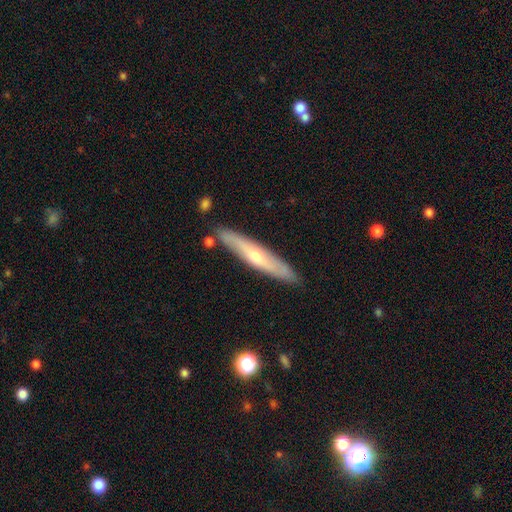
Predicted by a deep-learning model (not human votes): Q: Smooth or featured?
A: featured or disk (52%); runner-up: smooth (43%)
Q: Edge-on disk?
A: yes (78%); runner-up: no (22%)
Q: Merging?
A: none (83%); runner-up: minor disturbance (11%)